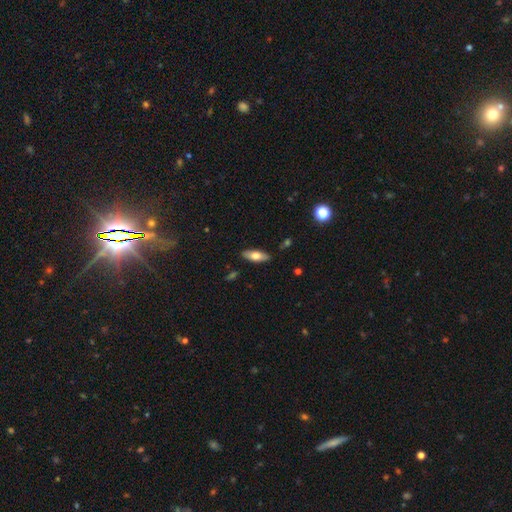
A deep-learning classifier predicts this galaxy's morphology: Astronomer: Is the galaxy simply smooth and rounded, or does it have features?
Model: smooth — 70%.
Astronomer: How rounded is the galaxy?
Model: in between — 74%.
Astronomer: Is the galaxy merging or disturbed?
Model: none — 86%.